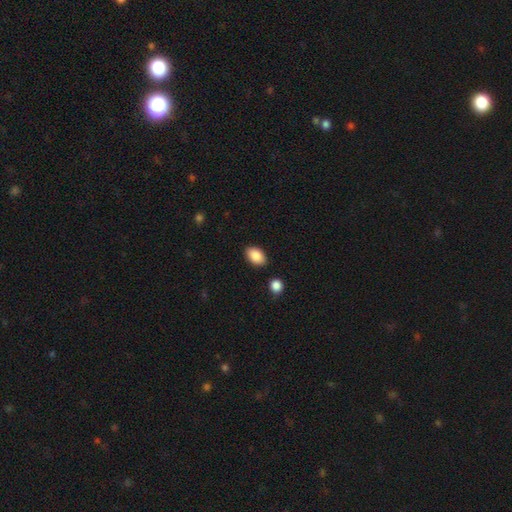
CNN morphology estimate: This appears to be a smooth galaxy with no disk features (88%) that is in between round and cigar-shaped (91%). Merging: none (86%).